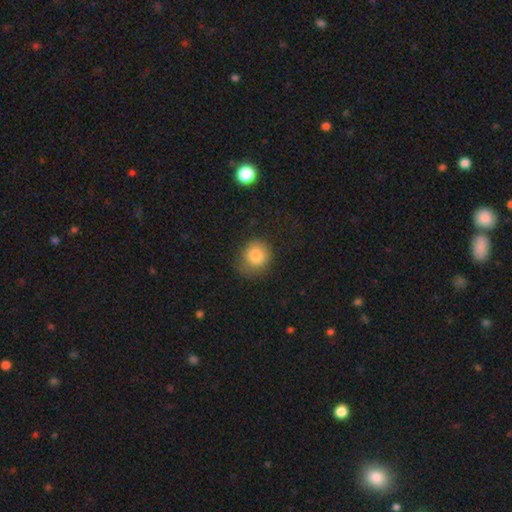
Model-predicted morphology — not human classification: smooth_or_featured: smooth (p=0.85) [alt: star or artifact p=0.09]
how_rounded: round (p=0.79) [alt: in between p=0.20]
merging: none (p=0.64) [alt: minor disturbance p=0.26]